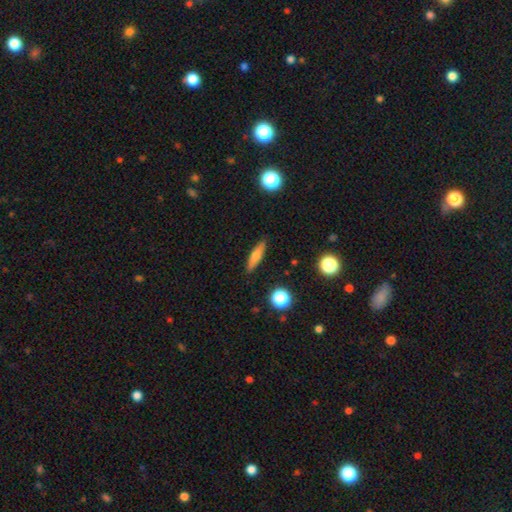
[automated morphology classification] This is possibly a smooth galaxy (60%). How rounded: likely cigar-shaped (75%). Merging: clearly none (89%).